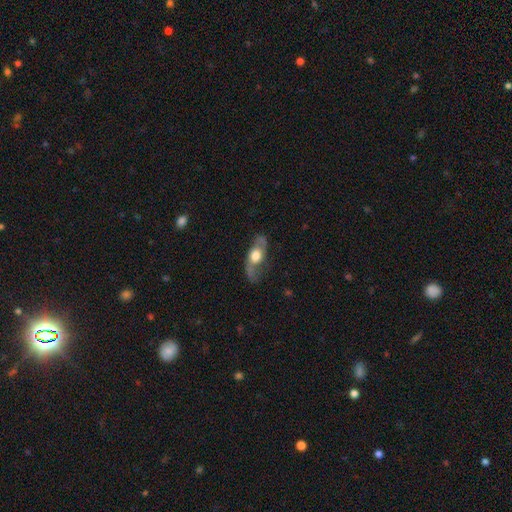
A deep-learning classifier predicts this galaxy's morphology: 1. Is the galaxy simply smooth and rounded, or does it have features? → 68% featured or disk, 26% smooth, 6% star or artifact.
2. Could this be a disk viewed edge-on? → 77% no, 23% yes.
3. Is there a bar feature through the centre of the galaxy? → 76% no, 19% weak, 5% strong.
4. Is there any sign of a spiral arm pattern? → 75% yes, 25% no.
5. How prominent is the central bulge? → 47% large, 42% moderate, 5% dominant, 4% small, 1% none.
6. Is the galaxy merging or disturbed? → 70% none, 18% minor disturbance, 10% major disturbance, 2% merger.